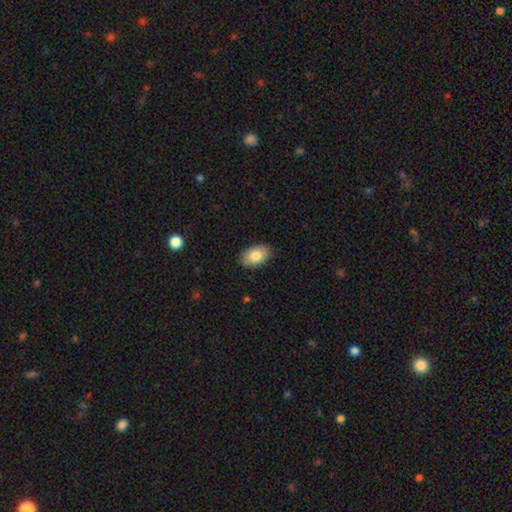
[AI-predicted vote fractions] smooth-or-featured: smooth: 82% | featured or disk: 11% | star or artifact: 7%
  how-rounded: in between: 91% | round: 8% | cigar-shaped: 1%
  merging: none: 87% | minor disturbance: 10% | major disturbance: 2% | merger: 1%